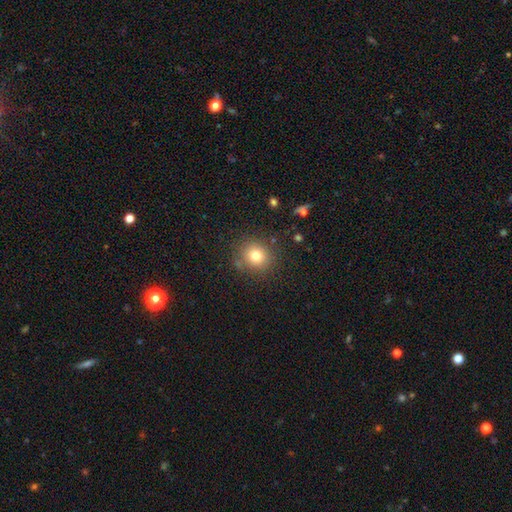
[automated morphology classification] smooth_or_featured: smooth (p=0.78) [alt: star or artifact p=0.14]
how_rounded: round (p=0.87) [alt: in between p=0.12]
merging: none (p=0.84) [alt: minor disturbance p=0.09]